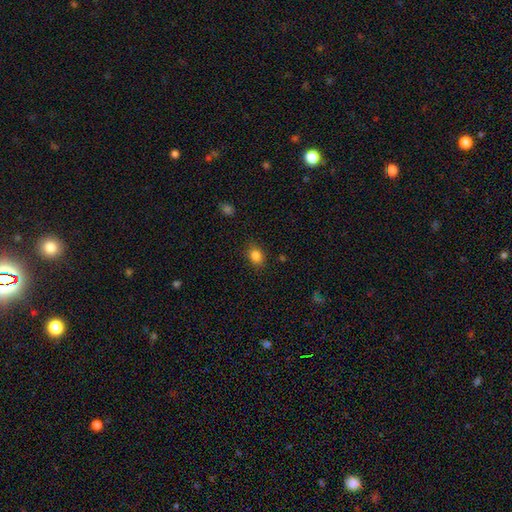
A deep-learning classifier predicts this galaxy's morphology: A smooth galaxy with no disk features (84%) that is in between round and cigar-shaped (55%). Merging: none (85%).